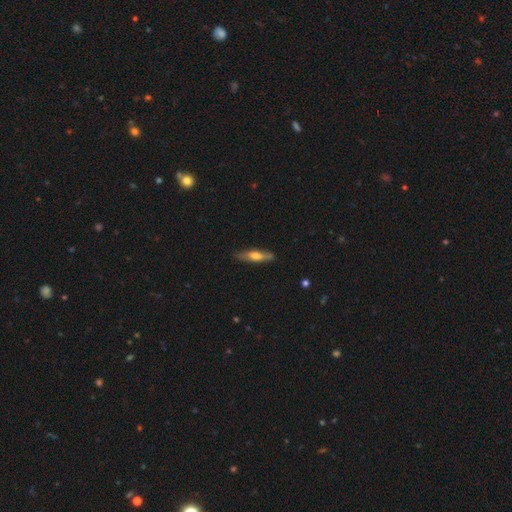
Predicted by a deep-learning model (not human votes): smooth-or-featured: smooth: 50% | featured or disk: 44% | star or artifact: 6%
  how-rounded: cigar-shaped: 74% | in between: 24% | round: 2%
  merging: none: 83% | minor disturbance: 14% | major disturbance: 2% | merger: 1%